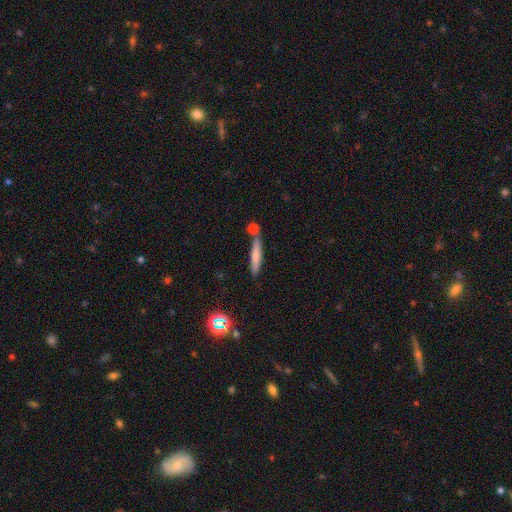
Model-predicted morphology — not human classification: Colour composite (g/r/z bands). It shows a smooth galaxy with no disk features (67%) that is cigar-shaped (90%). Merging: none (69%).